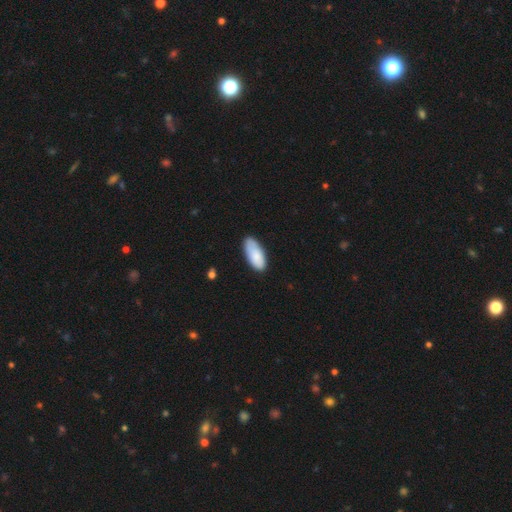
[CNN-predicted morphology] Q: Smooth or featured?
A: smooth (83%); runner-up: featured or disk (11%)
Q: How rounded?
A: in between (90%); runner-up: cigar-shaped (8%)
Q: Merging?
A: none (76%); runner-up: minor disturbance (19%)